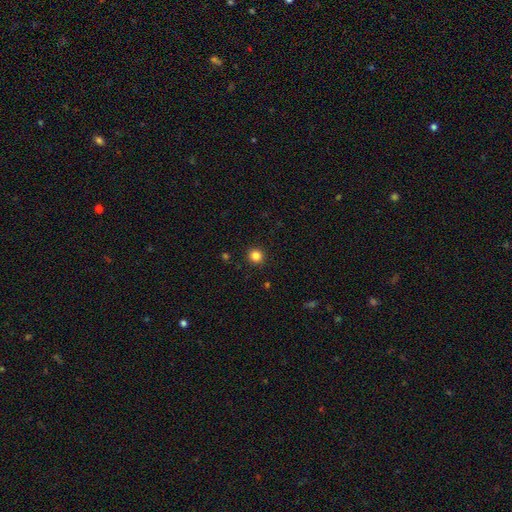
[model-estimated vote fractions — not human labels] Overall: smooth (84%). How rounded: round (92%). Merging: none (92%).